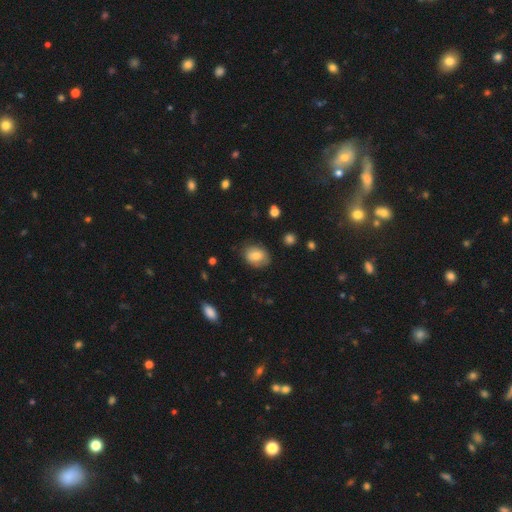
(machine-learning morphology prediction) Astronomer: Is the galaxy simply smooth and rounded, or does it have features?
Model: smooth — 74%.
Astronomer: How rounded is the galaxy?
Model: in between — 56% (runner-up: round, 43%).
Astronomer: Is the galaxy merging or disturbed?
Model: none — 78%.